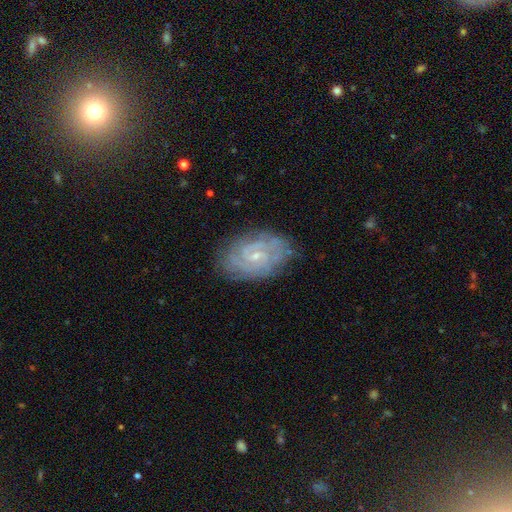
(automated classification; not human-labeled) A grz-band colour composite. It shows a featured or disk galaxy (81%) with no bar (52%), 2 (40%) tight (66%) spiral arms (95%) and a small central bulge (75%). Merging: none (80%).